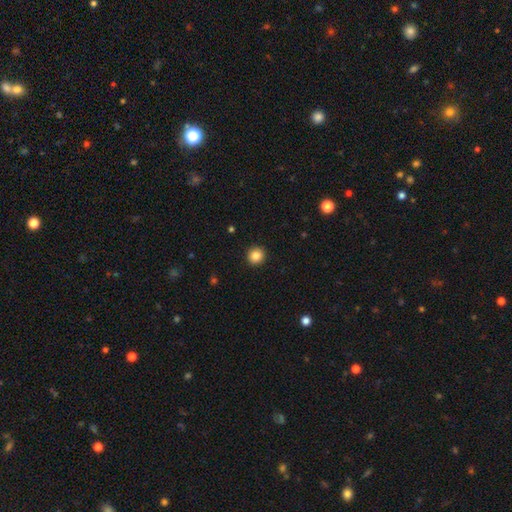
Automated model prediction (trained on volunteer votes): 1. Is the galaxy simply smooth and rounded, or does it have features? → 85% smooth, 10% star or artifact, 5% featured or disk.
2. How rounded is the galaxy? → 94% round, 5% in between, 1% cigar-shaped.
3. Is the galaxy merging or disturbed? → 93% none, 5% minor disturbance, 2% major disturbance, 1% merger.